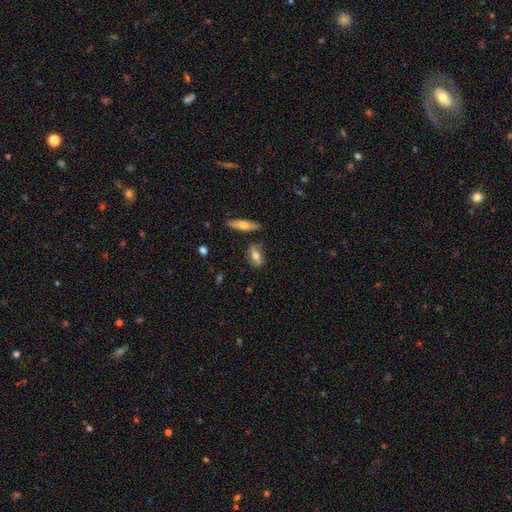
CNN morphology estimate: smooth 65%, featured or disk 27%, star or artifact 8%. Down the decision tree: how rounded — in between (75%); merging — none (71%).